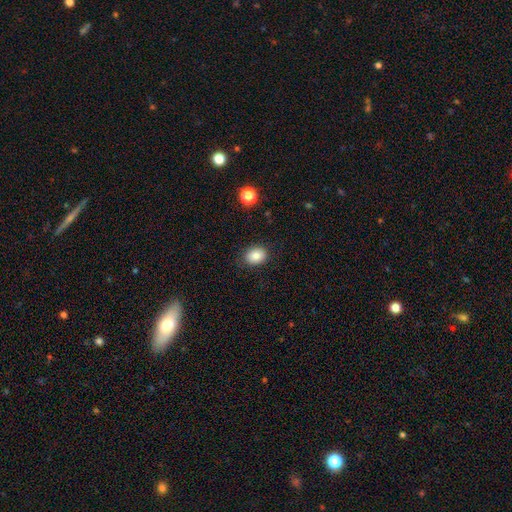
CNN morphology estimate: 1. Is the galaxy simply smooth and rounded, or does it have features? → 85% smooth, 9% star or artifact, 6% featured or disk.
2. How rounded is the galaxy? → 62% in between, 37% round, 1% cigar-shaped.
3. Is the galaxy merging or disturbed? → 85% none, 11% minor disturbance, 3% major disturbance, 1% merger.